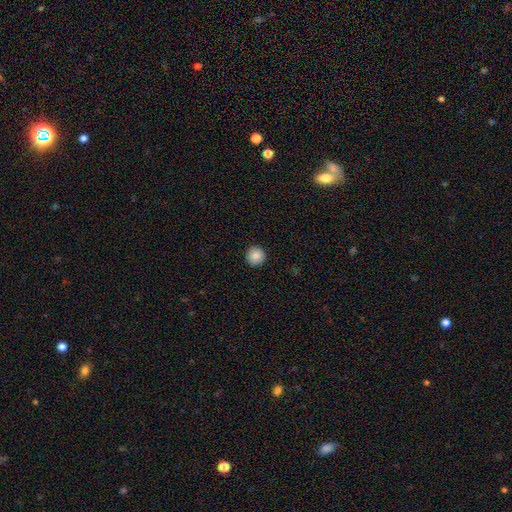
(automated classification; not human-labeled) smooth_or_featured: smooth (p=0.87) [alt: star or artifact p=0.09]
how_rounded: round (p=0.95) [alt: in between p=0.04]
merging: none (p=0.93) [alt: minor disturbance p=0.05]